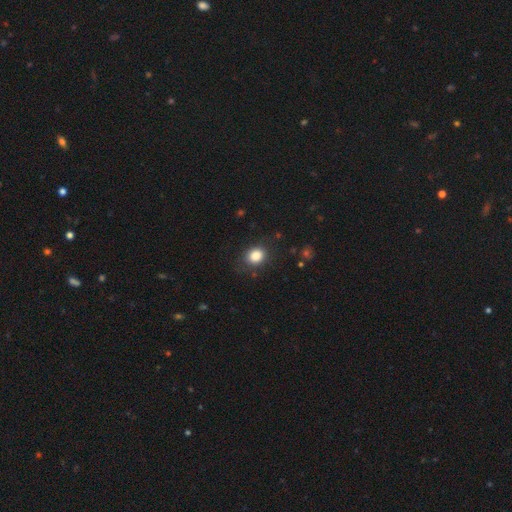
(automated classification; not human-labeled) Smooth or featured? Predicted: smooth (p=0.85). How rounded? Predicted: round (p=0.54). Merging? Predicted: none (p=0.81).